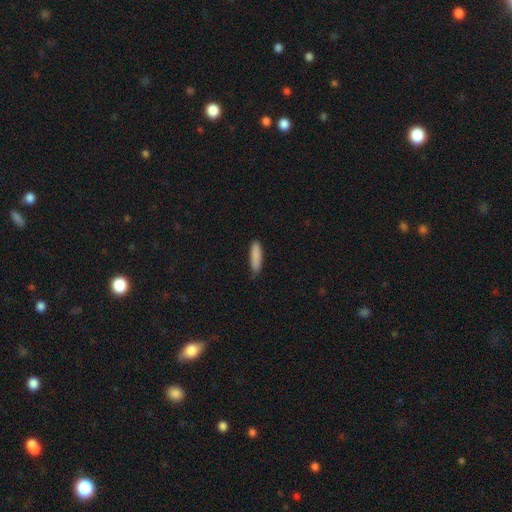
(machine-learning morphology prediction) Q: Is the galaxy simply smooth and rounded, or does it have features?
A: smooth — 88%.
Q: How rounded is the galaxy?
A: cigar-shaped — 71%.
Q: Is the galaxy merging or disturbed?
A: none — 80%.